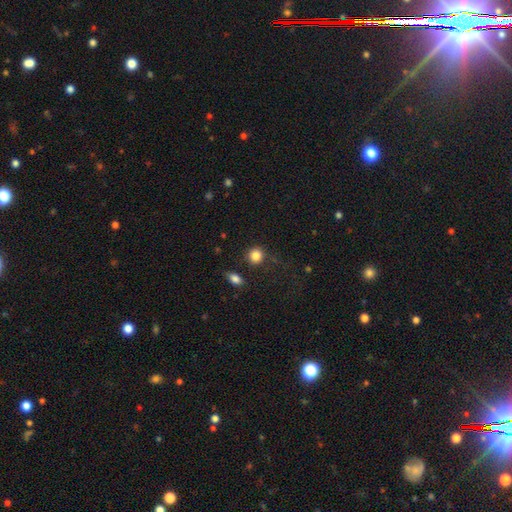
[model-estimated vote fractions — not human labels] Overall: smooth (84%). How rounded: round (87%). Merging: none (79%).